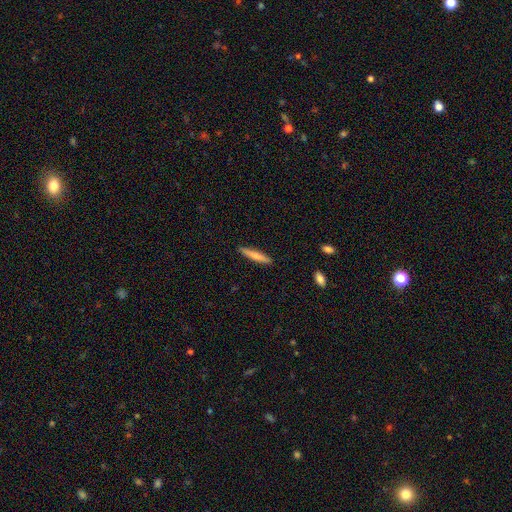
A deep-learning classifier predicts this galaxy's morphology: type=smooth (68%); roundness=cigar-shaped (92%); merging=none (90%).